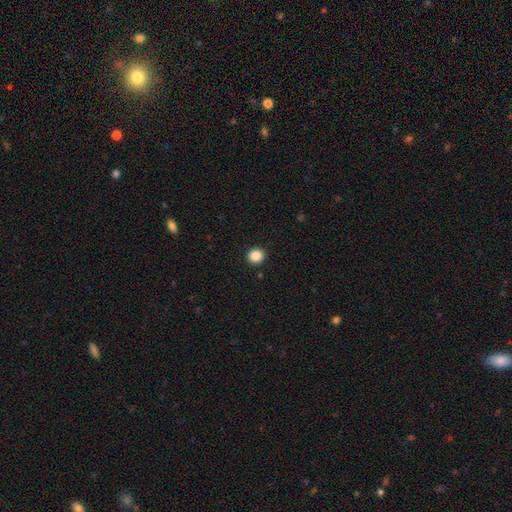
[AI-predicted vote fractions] Morphology: type=smooth (87%); roundness=round (90%); merging=none (92%).